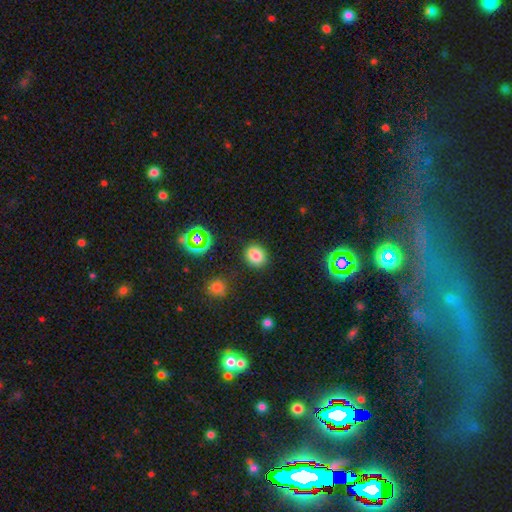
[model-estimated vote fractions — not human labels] Overall: smooth (80%). How rounded: round (69%; in between 30%). Merging: none (87%).